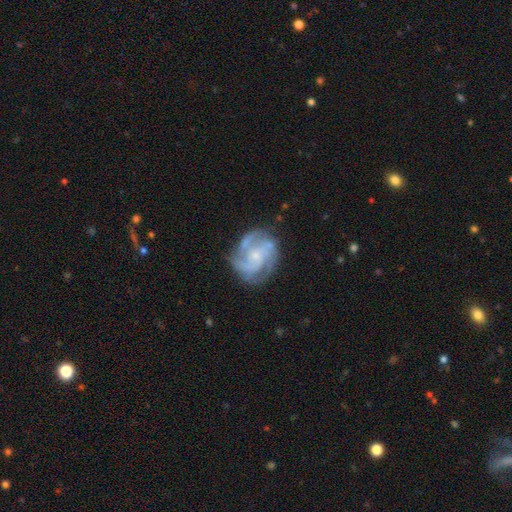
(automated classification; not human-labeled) A featured or disk galaxy (85%) with no bar (67%), 3 (40%) tight (47%) spiral arms (95%) and a small central bulge (70%).

Vote fractions:
- Smooth or featured? featured or disk: 85% / smooth: 9% / star or artifact: 6%
- Edge-on disk? no: 98% / yes: 2%
- Bar? no: 67% / weak: 28% / strong: 6%
- Spiral arms? yes: 95% / no: 5%
- Spiral winding? tight: 47% / medium: 43% / loose: 10%
- Spiral arm count? 3: 40% / 2: 26% / can't tell: 16% / 4: 9% / 1: 5% / more than 4: 4%
- Bulge size? small: 70% / moderate: 21% / none: 7% / large: 1% / dominant: 1%
- Merging? none: 70% / minor disturbance: 19% / major disturbance: 9% / merger: 2%